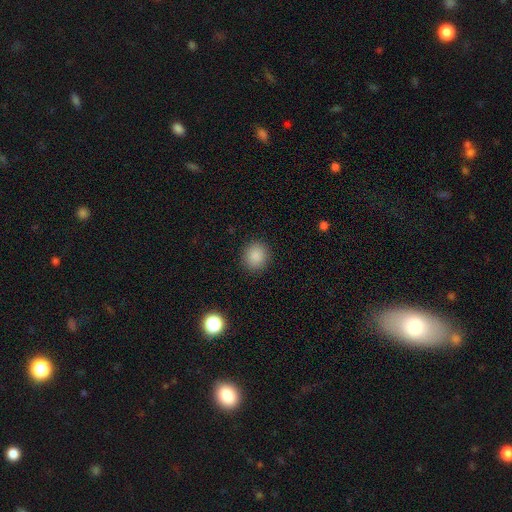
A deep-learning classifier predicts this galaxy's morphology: A smooth galaxy with no disk features (87%) that is round (85%).

Vote fractions:
- Smooth or featured? smooth: 87% / star or artifact: 10% / featured or disk: 3%
- How rounded? round: 85% / in between: 14% / cigar-shaped: 1%
- Merging? none: 91% / minor disturbance: 6% / major disturbance: 2% / merger: 1%